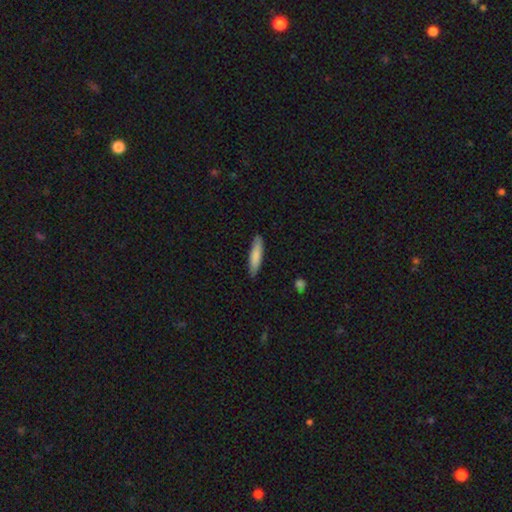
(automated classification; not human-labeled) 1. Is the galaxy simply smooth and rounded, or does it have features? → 81% smooth, 13% featured or disk, 6% star or artifact.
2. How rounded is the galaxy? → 79% cigar-shaped, 20% in between, 1% round.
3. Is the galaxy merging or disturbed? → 86% none, 11% minor disturbance, 2% major disturbance, 1% merger.